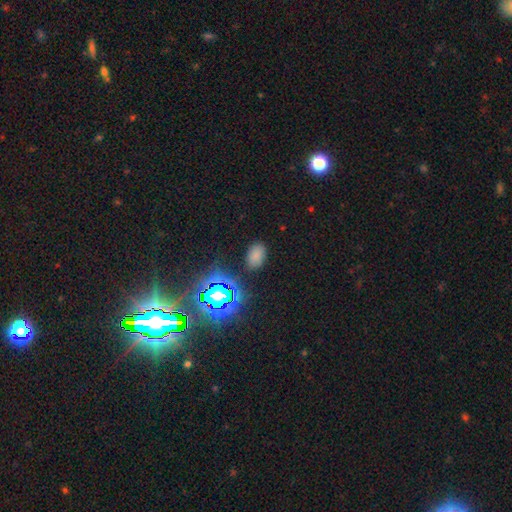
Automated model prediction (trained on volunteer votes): Smooth or featured?
  - smooth: 70% *
  - star or artifact: 24%
  - featured or disk: 6%
How rounded?
  - in between: 84% *
  - round: 14%
  - cigar-shaped: 1%
Merging?
  - none: 82% *
  - minor disturbance: 12%
  - major disturbance: 4%
  - merger: 2%